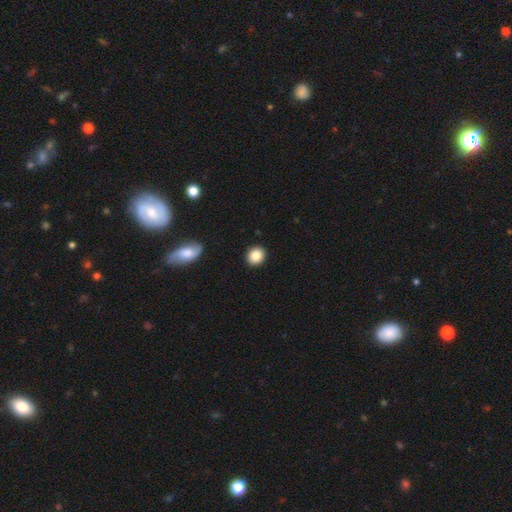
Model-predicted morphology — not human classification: Smooth or featured? Predicted: smooth (p=0.87). How rounded? Predicted: round (p=0.72). Merging? Predicted: none (p=0.91).